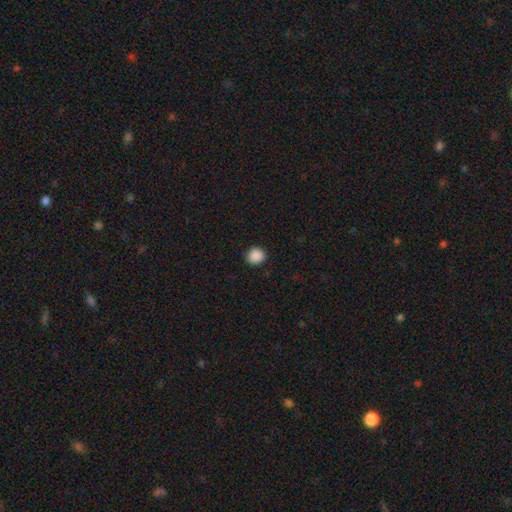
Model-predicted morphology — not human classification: This appears to be a smooth galaxy with no disk features (89%) that is round (86%). Merging: none (90%).